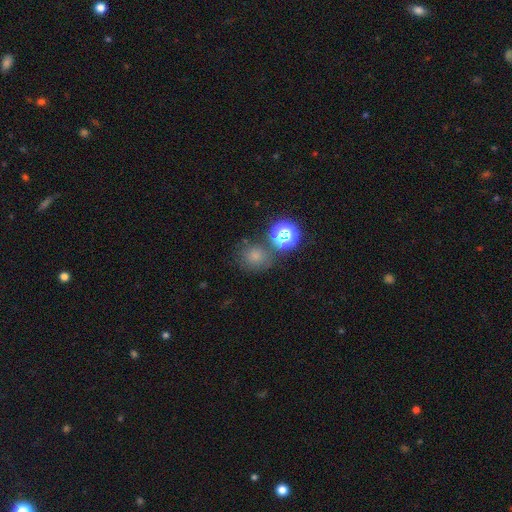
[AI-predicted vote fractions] Smooth or featured: smooth — 67% (star or artifact — 24%)
How rounded: round — 79% (in between — 20%)
Merging: none — 66% (minor disturbance — 14%)